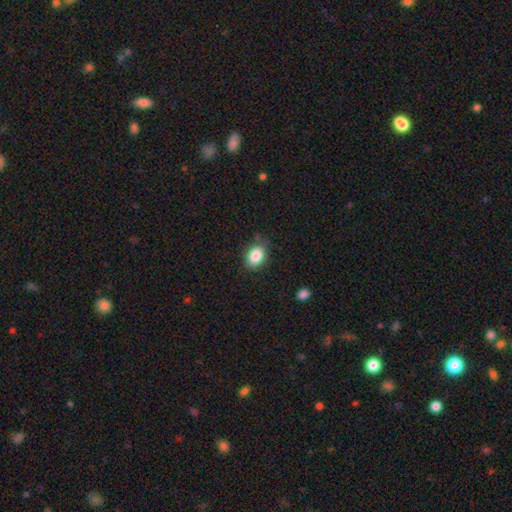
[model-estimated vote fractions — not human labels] Morphology: type=smooth (86%); roundness=in between (66%); merging=none (80%).